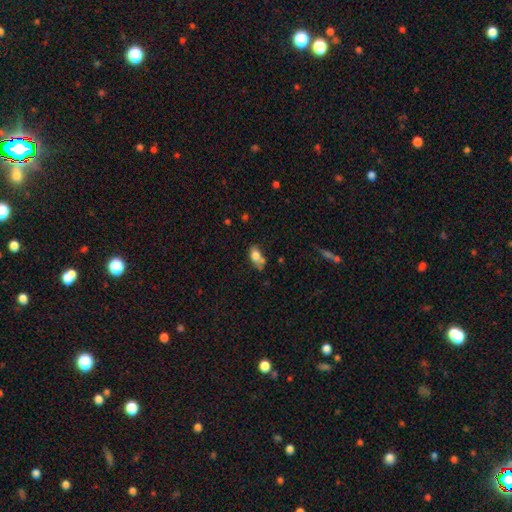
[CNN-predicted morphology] This is likely a smooth galaxy (75%). How rounded: clearly in between (84%). Merging: marginally none (41%).